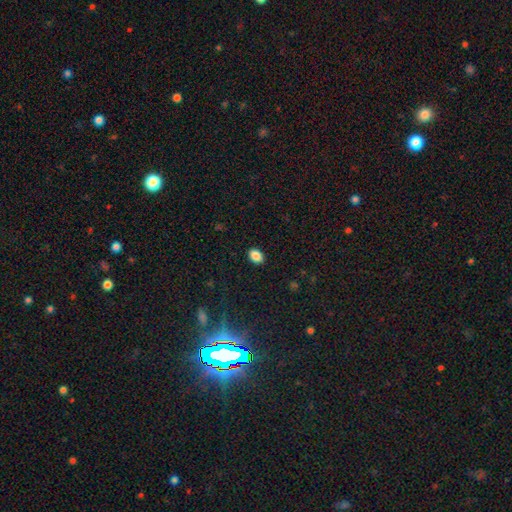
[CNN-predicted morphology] The model was most divided on "how rounded": in between: 81%, round: 18%, cigar-shaped: 1%. More confident: merging — none (89%); smooth or featured — smooth (87%).